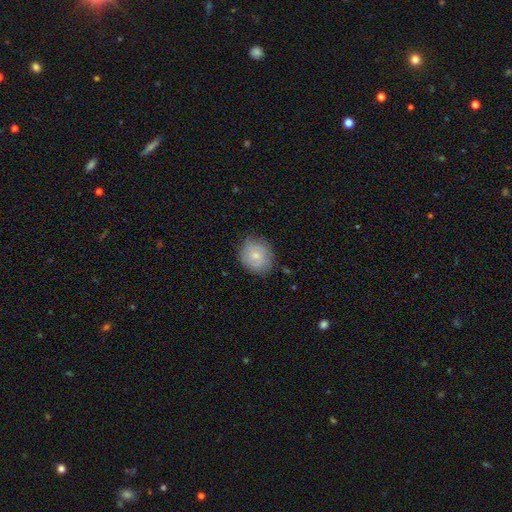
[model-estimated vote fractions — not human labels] The model was most divided on "smooth or featured": smooth: 66%, featured or disk: 27%, star or artifact: 7%. More confident: how rounded — round (80%); merging — none (77%).